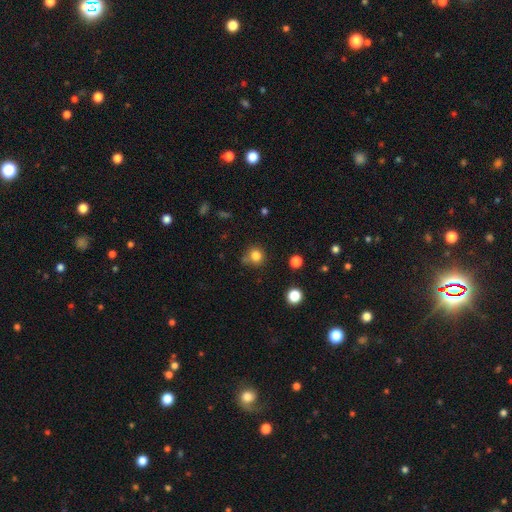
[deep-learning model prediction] Smooth or featured? Predicted: smooth (p=0.81). How rounded? Predicted: round (p=0.90). Merging? Predicted: none (p=0.72).